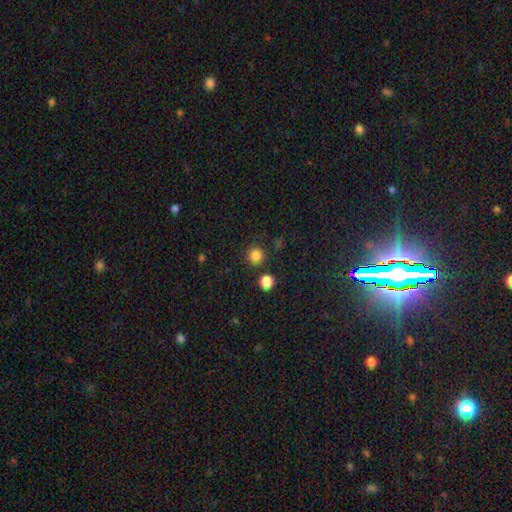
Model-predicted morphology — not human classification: Smooth or featured? smooth (84%)
How rounded? round (92%)
Merging? none (85%)